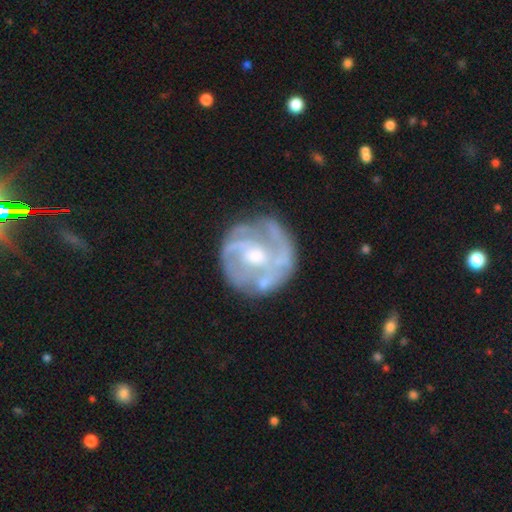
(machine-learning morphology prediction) Smooth or featured? Predicted: featured or disk (p=0.78). Edge-on disk? Predicted: no (p=0.98). Bar? Predicted: no (p=0.58). Spiral arms? Predicted: yes (p=0.75). Spiral winding? Predicted: tight (p=0.52). Spiral arm count? Predicted: can't tell (p=0.34). Bulge size? Predicted: moderate (p=0.62). Merging? Predicted: none (p=0.66).